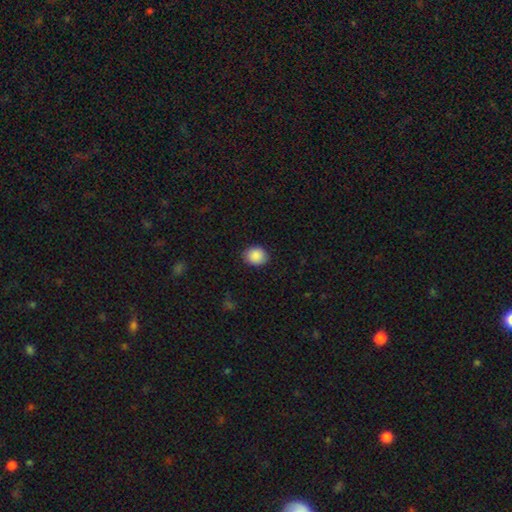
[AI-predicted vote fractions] The model was most divided on "how rounded": round: 66%, in between: 34%, cigar-shaped: 1%. More confident: smooth or featured — smooth (89%); merging — none (88%).